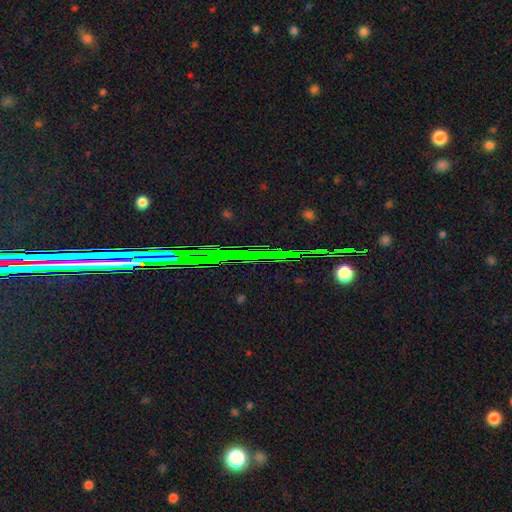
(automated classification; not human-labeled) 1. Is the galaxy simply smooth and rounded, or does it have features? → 78% star or artifact, 12% featured or disk, 10% smooth.